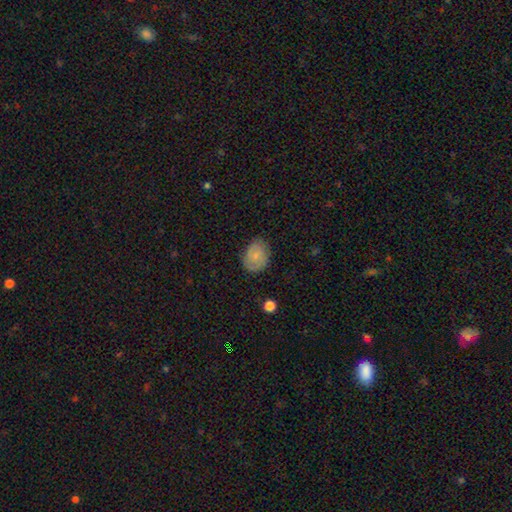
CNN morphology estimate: Smooth or featured?
  - smooth: 63% *
  - featured or disk: 29%
  - star or artifact: 8%
How rounded?
  - in between: 56% *
  - round: 43%
  - cigar-shaped: 1%
Merging?
  - none: 76% *
  - minor disturbance: 18%
  - major disturbance: 4%
  - merger: 1%